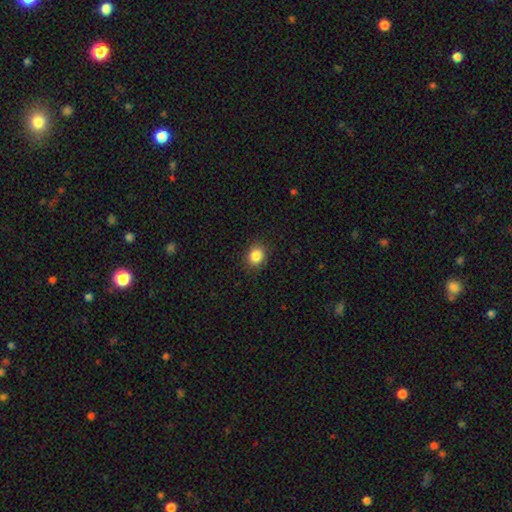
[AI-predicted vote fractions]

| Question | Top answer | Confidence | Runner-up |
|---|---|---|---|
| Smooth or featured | smooth | 86% | star or artifact (10%) |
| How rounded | round | 68% | in between (31%) |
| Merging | none | 89% | minor disturbance (8%) |